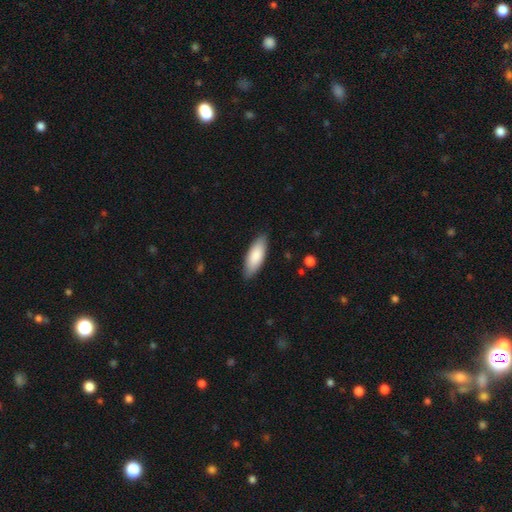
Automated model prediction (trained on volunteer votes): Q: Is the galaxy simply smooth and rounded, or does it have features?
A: smooth — 85%.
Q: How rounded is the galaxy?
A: in between — 70%.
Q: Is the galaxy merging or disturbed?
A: none — 86%.